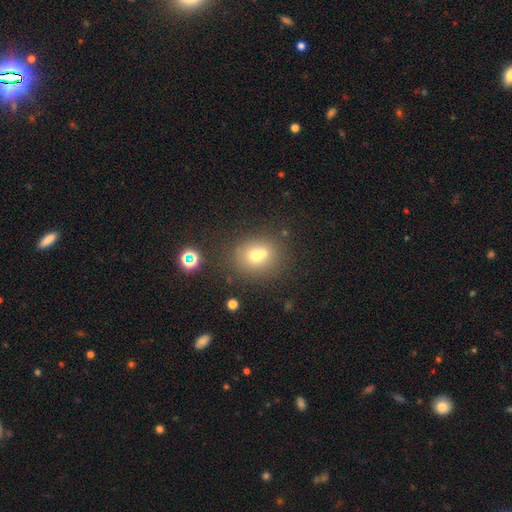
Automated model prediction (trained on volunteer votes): Morphology: type=smooth (65%); roundness=round (78%); merging=none (46%).